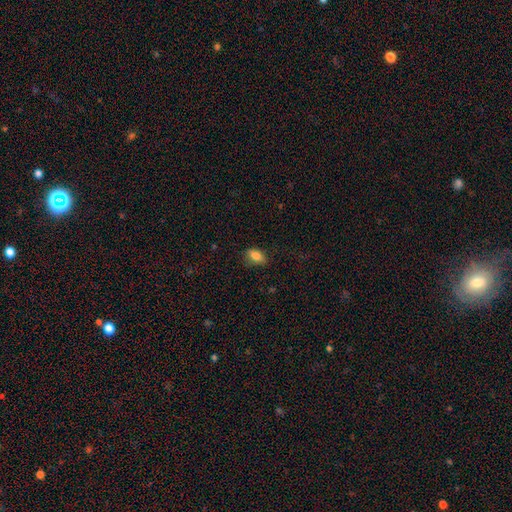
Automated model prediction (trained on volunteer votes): Overall: smooth (84%). How rounded: in between (87%). Merging: none (74%).